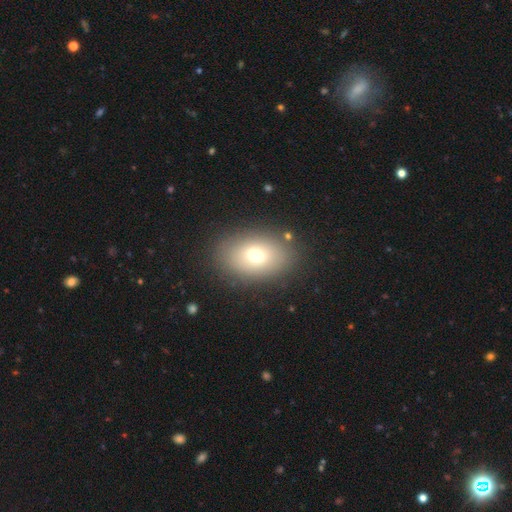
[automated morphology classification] A smooth galaxy with no disk features (71%) that is in between round and cigar-shaped (75%). Merging: none (84%).